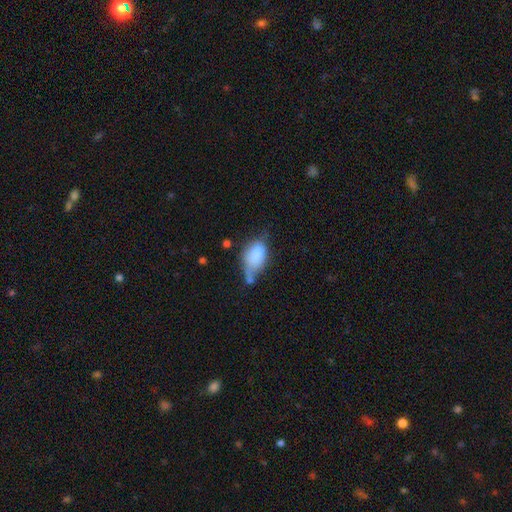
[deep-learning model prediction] A smooth galaxy with no disk features (73%) that is in between round and cigar-shaped (89%). Merging: minor disturbance (32%).